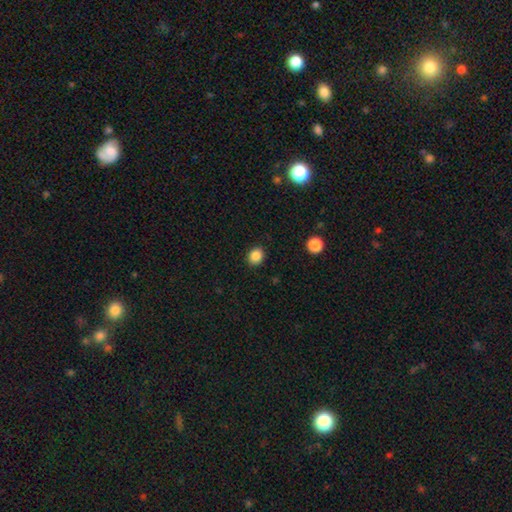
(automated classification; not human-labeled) Morphology: type=smooth (86%); roundness=round (69%); merging=none (90%).